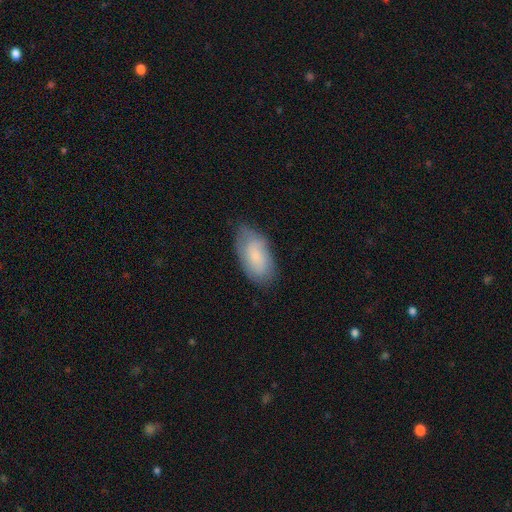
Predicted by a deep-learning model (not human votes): A smooth galaxy with no disk features (64%) that is in between round and cigar-shaped (93%). Merging: none (69%).